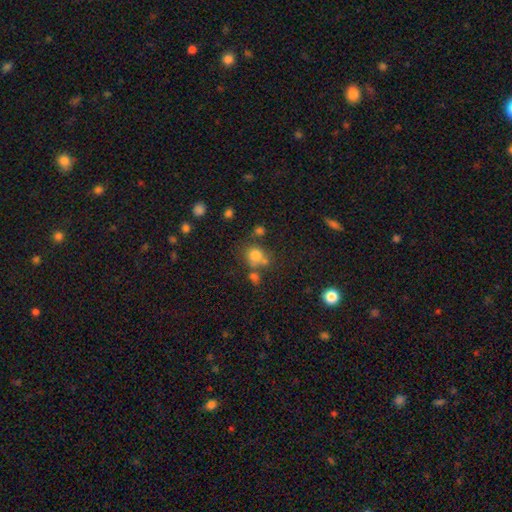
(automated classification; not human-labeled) A smooth galaxy with no disk features (75%) that is round (80%). Merging: none (55%).